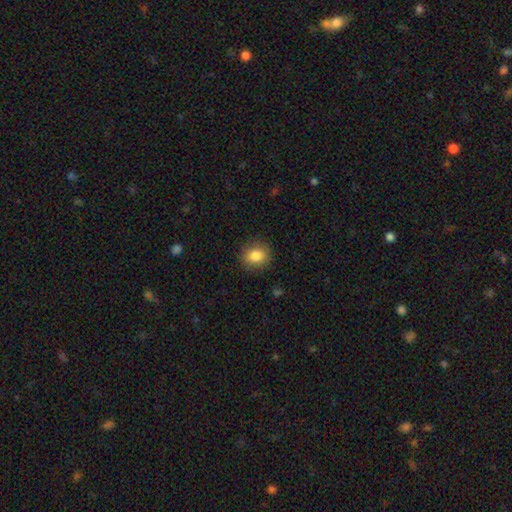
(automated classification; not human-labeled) This is clearly a smooth galaxy (85%). How rounded: likely round (72%). Merging: clearly none (88%).